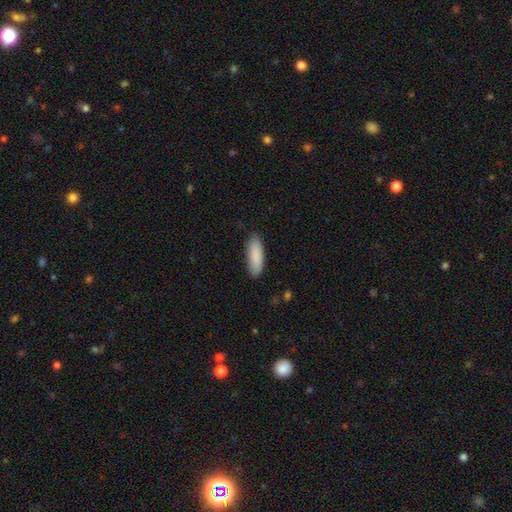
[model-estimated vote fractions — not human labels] smooth_or_featured: smooth (p=0.89) [alt: star or artifact p=0.06]
how_rounded: in between (p=0.64) [alt: cigar-shaped p=0.34]
merging: none (p=0.84) [alt: minor disturbance p=0.13]